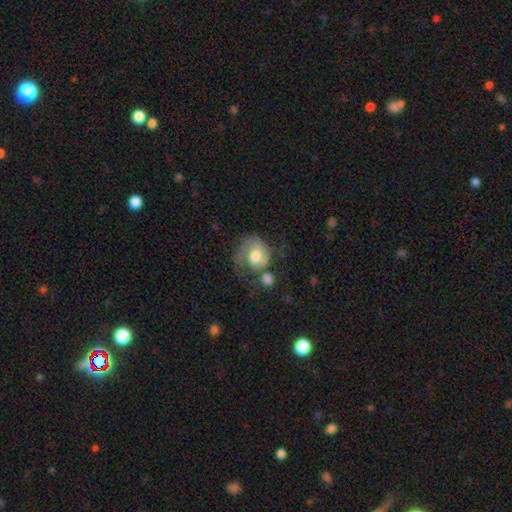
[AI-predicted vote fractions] Smooth or featured? Predicted: featured or disk (p=0.48). Merging? Predicted: none (p=0.32).